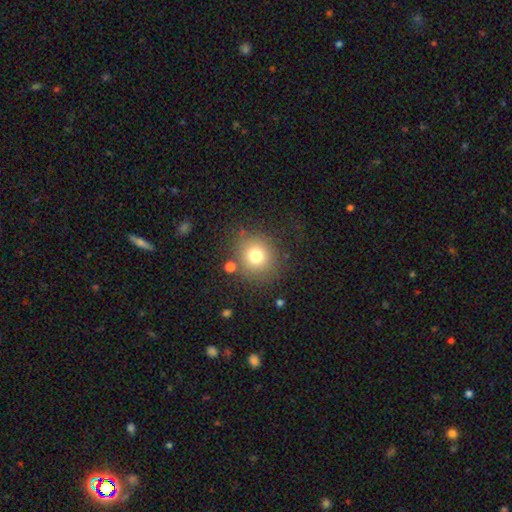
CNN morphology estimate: type=smooth (76%); roundness=round (88%); merging=none (81%).